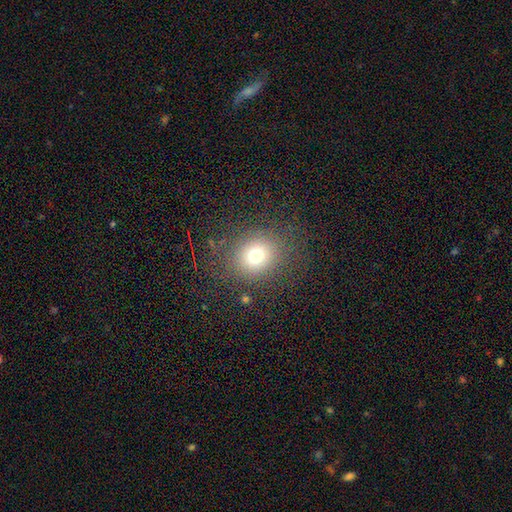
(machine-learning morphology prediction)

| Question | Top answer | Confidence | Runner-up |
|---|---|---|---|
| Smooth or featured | smooth | 72% | star or artifact (17%) |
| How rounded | round | 75% | in between (24%) |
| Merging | none | 82% | minor disturbance (10%) |